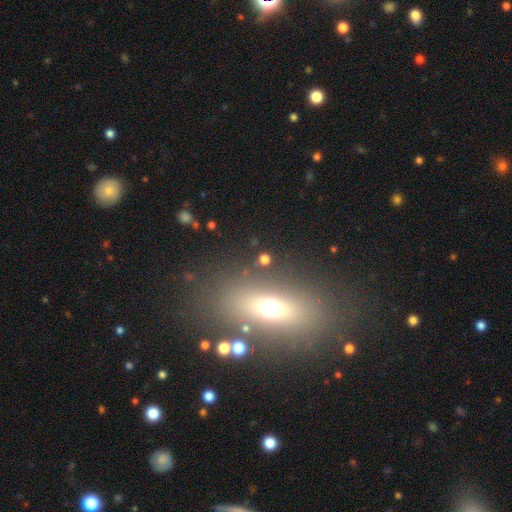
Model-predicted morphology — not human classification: Smooth or featured?
  - smooth: 55% *
  - featured or disk: 28%
  - star or artifact: 18%
How rounded?
  - in between: 72% *
  - cigar-shaped: 20%
  - round: 8%
Merging?
  - none: 81% *
  - minor disturbance: 10%
  - major disturbance: 5%
  - merger: 4%